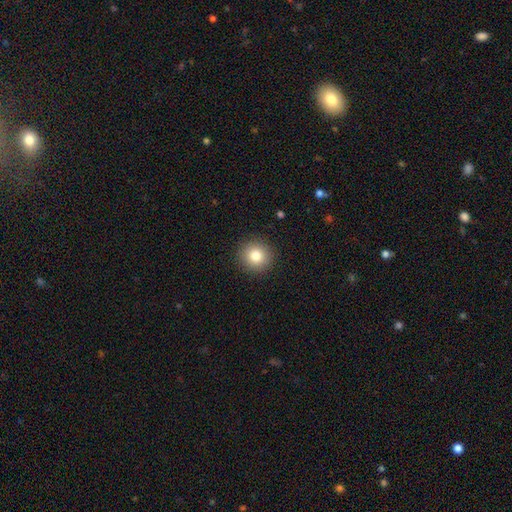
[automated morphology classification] A smooth galaxy with no disk features (82%) that is round (92%). Merging: none (91%).